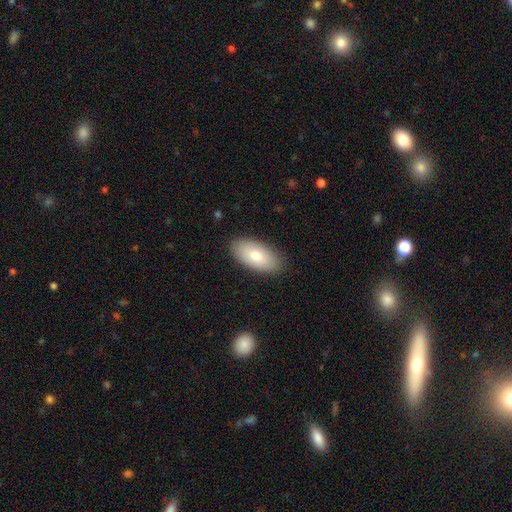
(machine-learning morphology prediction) This appears to be a smooth galaxy with no disk features (79%) that is in between round and cigar-shaped (94%). Merging: none (87%).